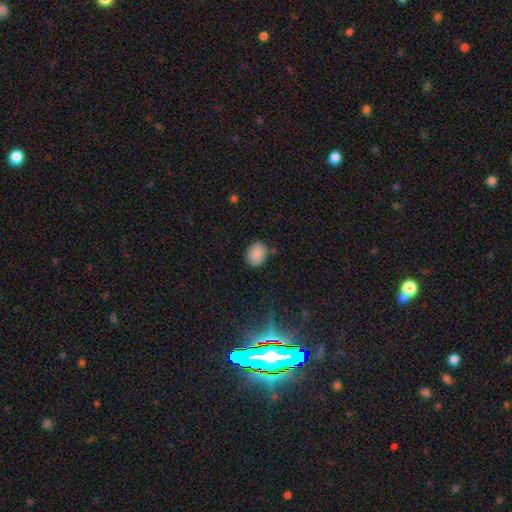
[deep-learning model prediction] A smooth galaxy with no disk features (86%) that is in between round and cigar-shaped (52%).

Vote fractions:
- Smooth or featured? smooth: 86% / star or artifact: 9% / featured or disk: 4%
- How rounded? in between: 52% / round: 48% / cigar-shaped: 1%
- Merging? none: 80% / minor disturbance: 14% / major disturbance: 3% / merger: 3%